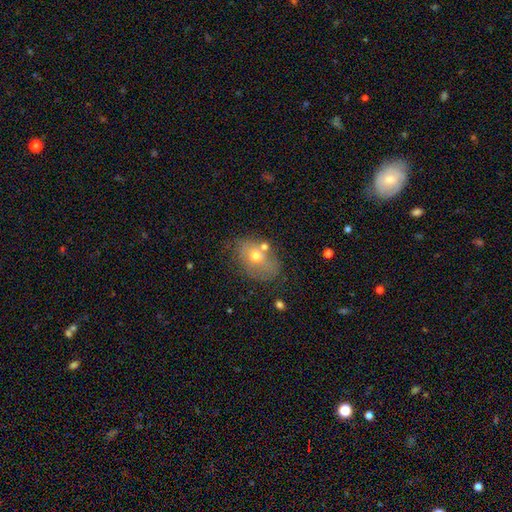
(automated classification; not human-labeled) smooth 57%, featured or disk 33%, star or artifact 11%. Down the decision tree: how rounded — in between (72%); merging — none (56%).